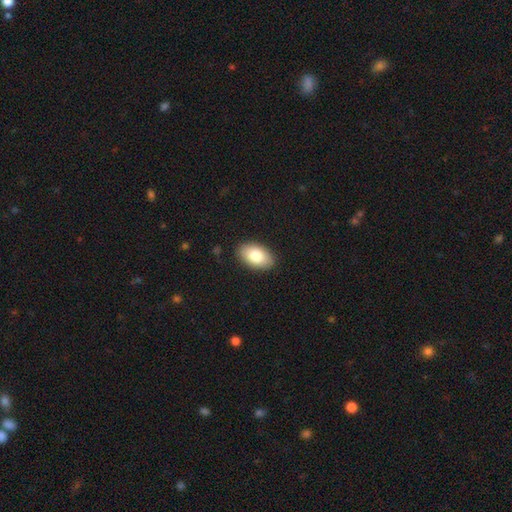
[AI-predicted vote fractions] This appears to be a smooth galaxy with no disk features (81%) that is in between round and cigar-shaped (94%). Merging: none (88%).